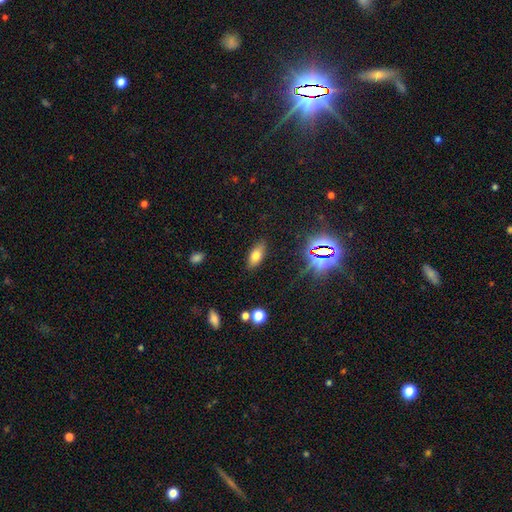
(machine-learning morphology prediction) smooth-or-featured: smooth: 68% | featured or disk: 16% | star or artifact: 15%
  how-rounded: in between: 82% | cigar-shaped: 13% | round: 5%
  merging: none: 85% | minor disturbance: 10% | major disturbance: 3% | merger: 2%